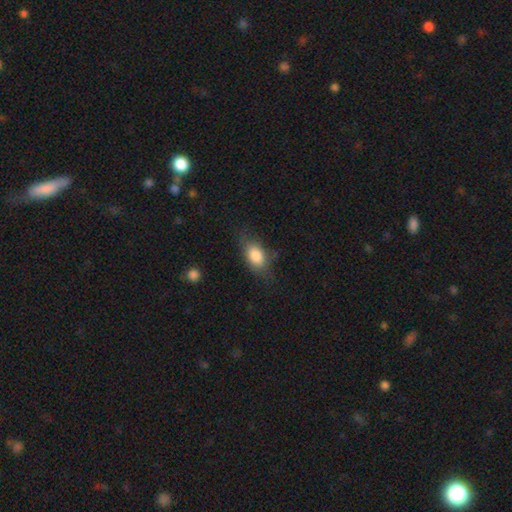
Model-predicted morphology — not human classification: smooth-or-featured: smooth: 82% | featured or disk: 11% | star or artifact: 7%
  how-rounded: in between: 86% | round: 11% | cigar-shaped: 3%
  merging: none: 63% | minor disturbance: 25% | major disturbance: 10% | merger: 2%